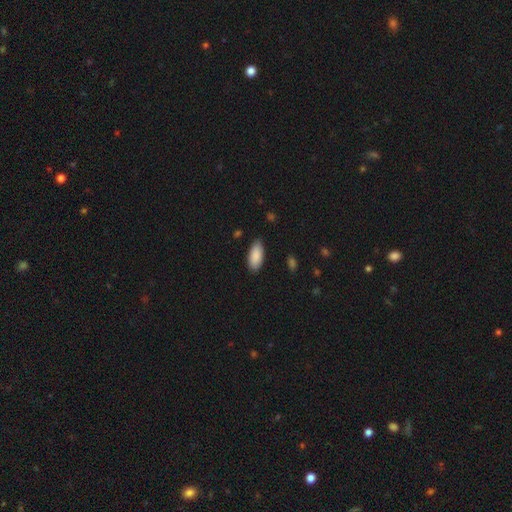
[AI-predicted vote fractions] Q: Smooth or featured?
A: smooth (89%); runner-up: star or artifact (6%)
Q: How rounded?
A: in between (89%); runner-up: cigar-shaped (9%)
Q: Merging?
A: none (85%); runner-up: minor disturbance (12%)